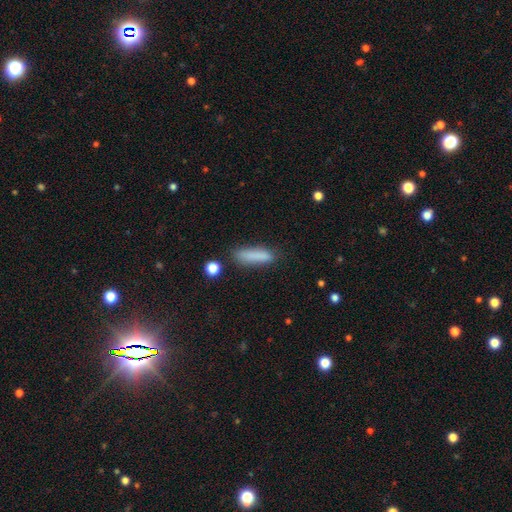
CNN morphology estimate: A smooth galaxy with no disk features (84%) that is cigar-shaped (78%). Merging: none (80%).